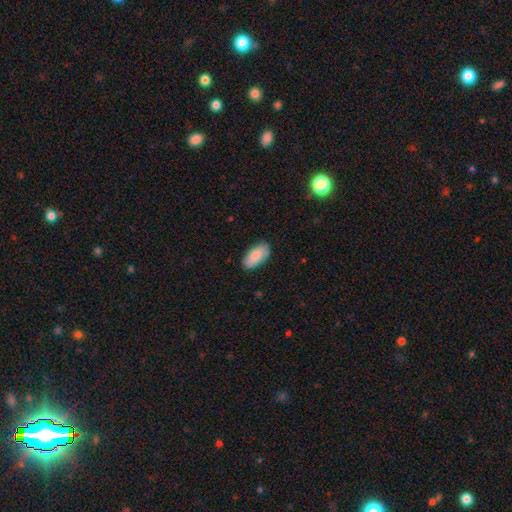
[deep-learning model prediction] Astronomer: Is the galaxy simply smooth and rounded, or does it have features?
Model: smooth — 85%.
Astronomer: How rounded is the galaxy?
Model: in between — 92%.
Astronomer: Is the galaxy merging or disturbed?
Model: none — 85%.